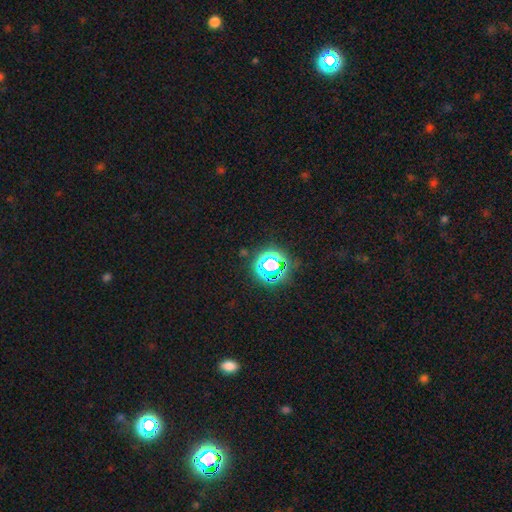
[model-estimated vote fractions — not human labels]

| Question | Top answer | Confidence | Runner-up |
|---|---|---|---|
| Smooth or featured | star or artifact | 76% | smooth (18%) |